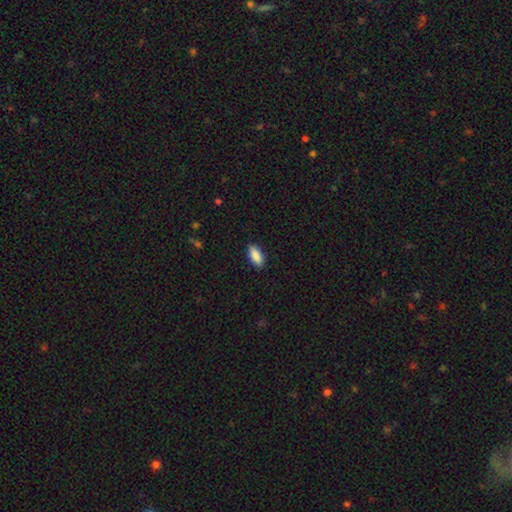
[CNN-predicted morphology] type=smooth (89%); roundness=in between (86%); merging=none (88%).